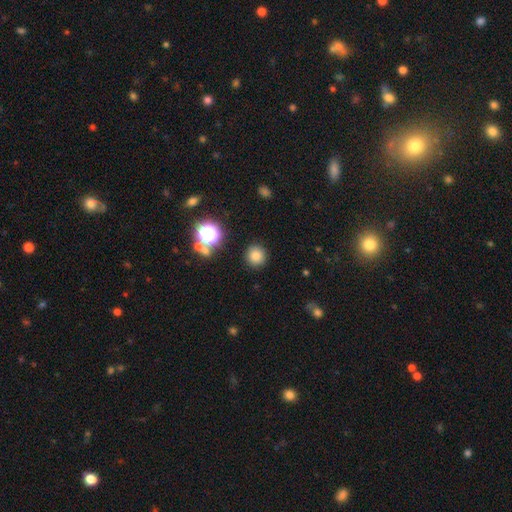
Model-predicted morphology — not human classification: The model was most divided on "smooth or featured": smooth: 78%, star or artifact: 15%, featured or disk: 6%. More confident: how rounded — round (93%); merging — none (88%).